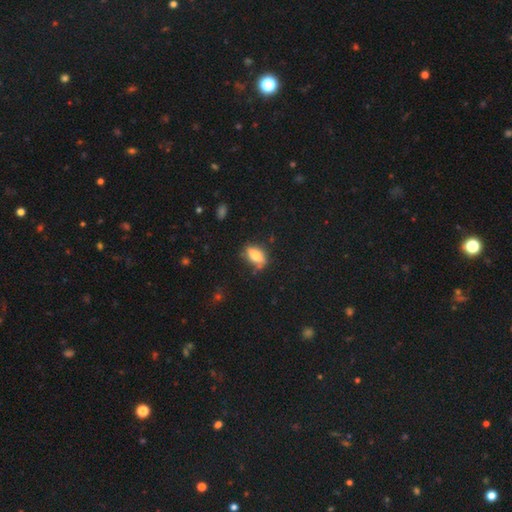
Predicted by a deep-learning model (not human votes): Overall: smooth (68%). How rounded: in between (82%). Merging: none (69%).